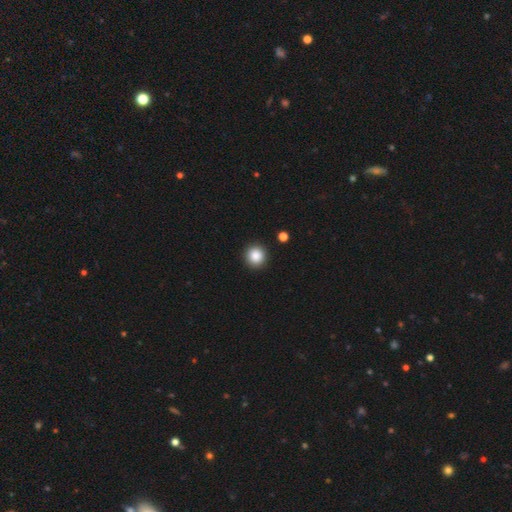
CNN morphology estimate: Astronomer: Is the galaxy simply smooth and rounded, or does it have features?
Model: smooth — 87%.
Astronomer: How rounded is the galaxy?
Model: round — 93%.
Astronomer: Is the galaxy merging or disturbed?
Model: none — 91%.